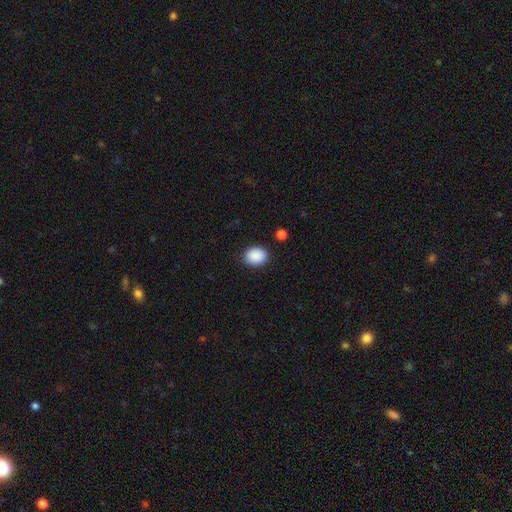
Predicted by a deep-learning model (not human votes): This appears to be a smooth galaxy with no disk features (90%) that is in between round and cigar-shaped (53%). Merging: none (88%).